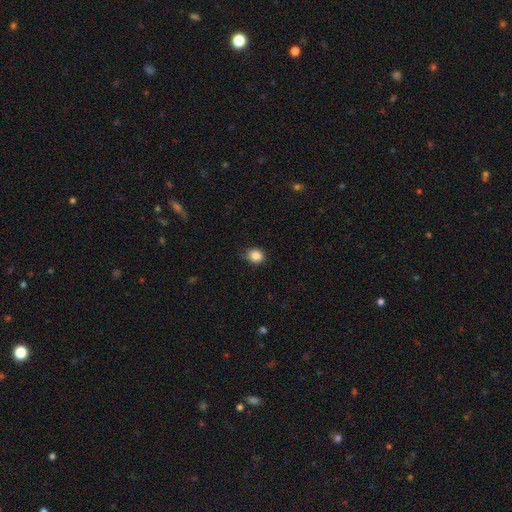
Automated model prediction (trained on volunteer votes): smooth_or_featured: smooth (p=0.87) [alt: star or artifact p=0.10]
how_rounded: round (p=0.73) [alt: in between p=0.26]
merging: none (p=0.79) [alt: minor disturbance p=0.17]